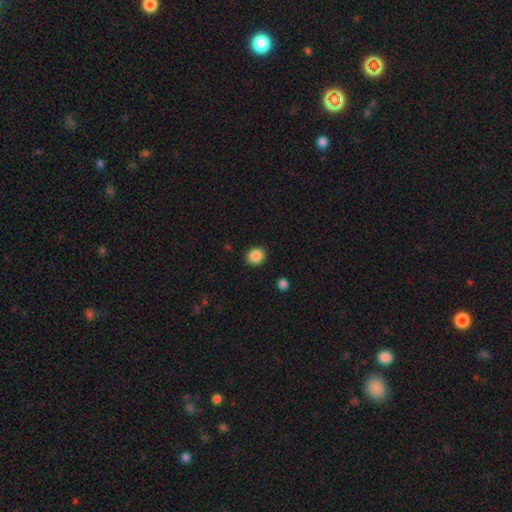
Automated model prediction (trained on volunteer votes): Smooth or featured: smooth — 88% (star or artifact — 9%)
How rounded: round — 73% (in between — 27%)
Merging: none — 90% (minor disturbance — 6%)